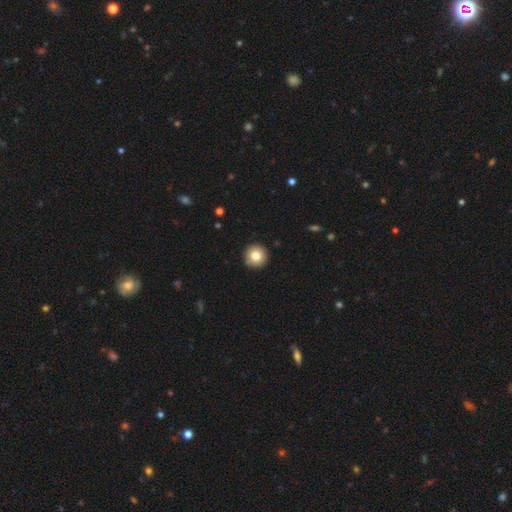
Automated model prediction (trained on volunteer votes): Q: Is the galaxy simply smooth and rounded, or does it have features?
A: smooth — 81%.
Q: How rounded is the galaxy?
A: round — 96%.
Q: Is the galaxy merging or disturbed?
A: none — 92%.